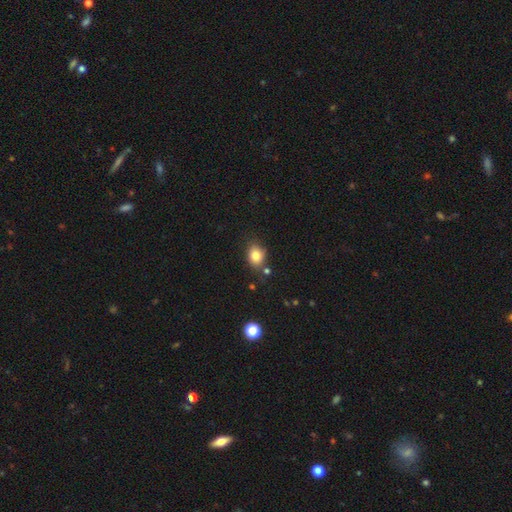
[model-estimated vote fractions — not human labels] Smooth or featured?
  - smooth: 82% *
  - star or artifact: 10%
  - featured or disk: 7%
How rounded?
  - in between: 55% *
  - round: 44%
  - cigar-shaped: 1%
Merging?
  - none: 75% *
  - minor disturbance: 16%
  - merger: 6%
  - major disturbance: 4%